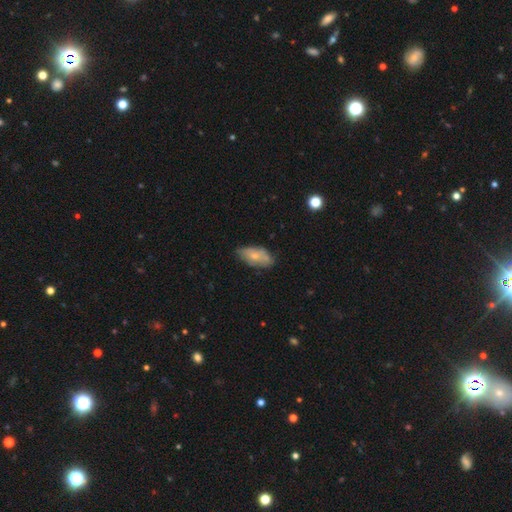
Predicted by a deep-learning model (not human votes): Smooth or featured: smooth — 61% (featured or disk — 32%)
How rounded: in between — 91% (cigar-shaped — 6%)
Merging: none — 58% (minor disturbance — 31%)